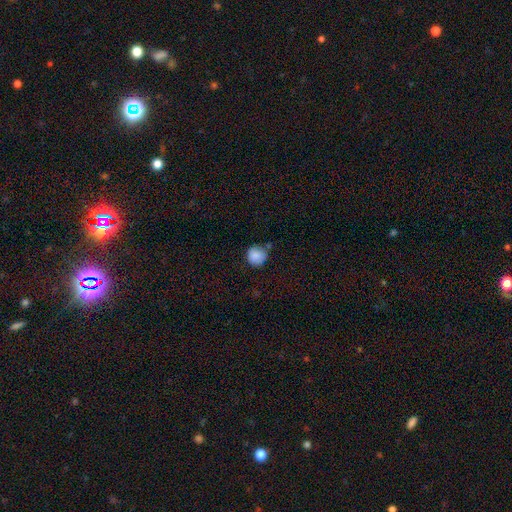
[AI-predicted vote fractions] Q: Smooth or featured?
A: smooth (87%); runner-up: star or artifact (8%)
Q: How rounded?
A: round (92%); runner-up: in between (7%)
Q: Merging?
A: none (68%); runner-up: minor disturbance (20%)